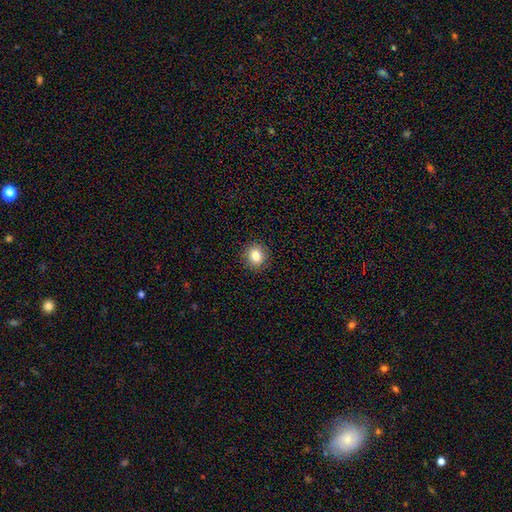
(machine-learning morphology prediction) A smooth galaxy with no disk features (83%) that is round (84%).

Vote fractions:
- Smooth or featured? smooth: 83% / star or artifact: 10% / featured or disk: 7%
- How rounded? round: 84% / in between: 15% / cigar-shaped: 1%
- Merging? none: 91% / minor disturbance: 6% / major disturbance: 2% / merger: 1%